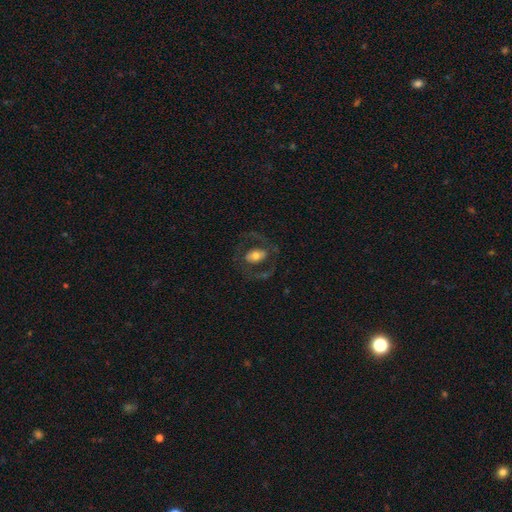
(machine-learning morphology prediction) smooth_or_featured: featured or disk (p=0.52) [alt: smooth p=0.41]
disk_edge_on: no (p=0.94) [alt: yes p=0.06]
merging: none (p=0.69) [alt: major disturbance p=0.16]